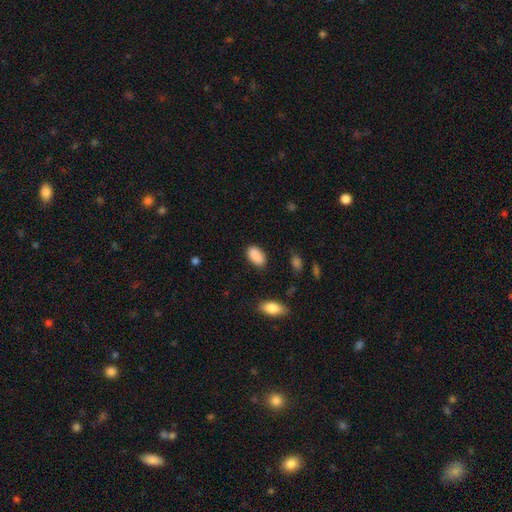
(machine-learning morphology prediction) Smooth or featured? smooth (89%)
How rounded? in between (93%)
Merging? none (84%)